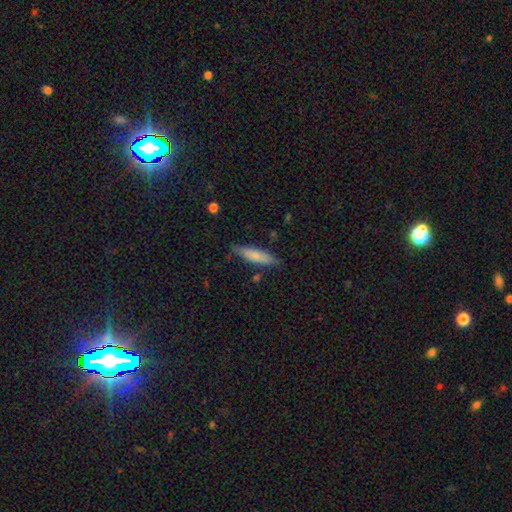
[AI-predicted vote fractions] This appears to be a smooth galaxy with no disk features (73%) that is cigar-shaped (78%). Merging: none (78%).